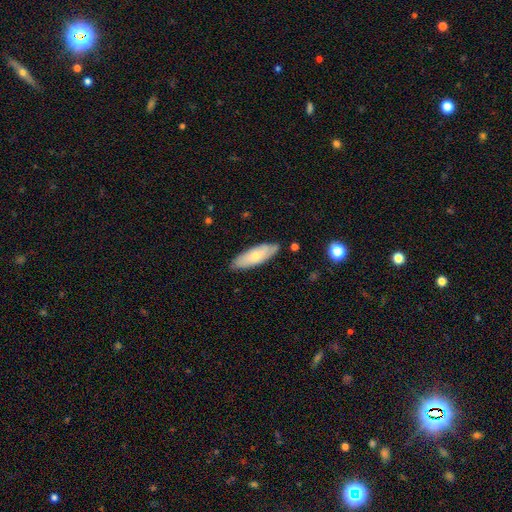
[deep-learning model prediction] smooth-or-featured: smooth: 62% | featured or disk: 32% | star or artifact: 6%
  how-rounded: in between: 58% | cigar-shaped: 40% | round: 2%
  merging: none: 82% | minor disturbance: 14% | major disturbance: 2% | merger: 2%